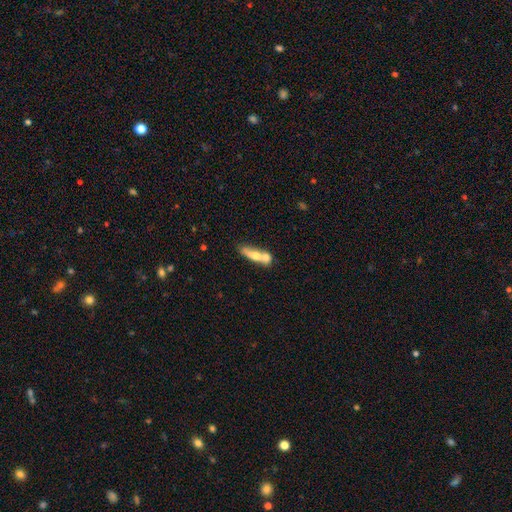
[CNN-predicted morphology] Smooth or featured?
  - smooth: 58% *
  - featured or disk: 35%
  - star or artifact: 7%
How rounded?
  - cigar-shaped: 57% *
  - in between: 37%
  - round: 6%
Merging?
  - merger: 53% *
  - none: 30%
  - minor disturbance: 11%
  - major disturbance: 6%